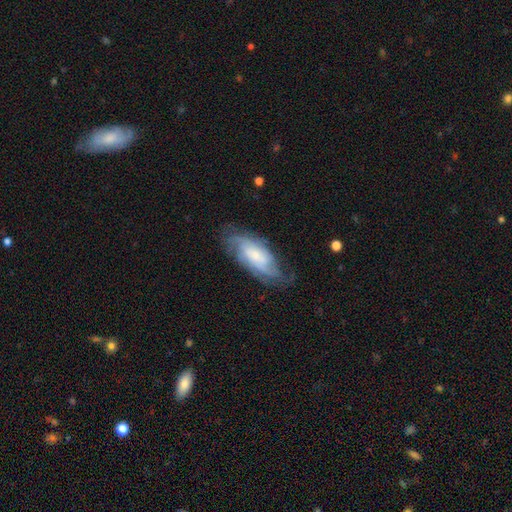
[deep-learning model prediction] smooth-or-featured: featured or disk: 74% | smooth: 20% | star or artifact: 6%
  disk-edge-on: no: 92% | yes: 8%
    bar: no: 66% | weak: 28% | strong: 6%
    has-spiral-arms: yes: 93% | no: 7%
      spiral-winding: tight: 49% | medium: 38% | loose: 14%
      spiral-arm-count: can't tell: 39% | 2: 23% | 3: 18% | 4: 11% | more than 4: 5% | 1: 5%
    bulge-size: small: 61% | moderate: 26% | none: 6% | large: 5% | dominant: 2%
  merging: none: 68% | minor disturbance: 21% | major disturbance: 10% | merger: 1%